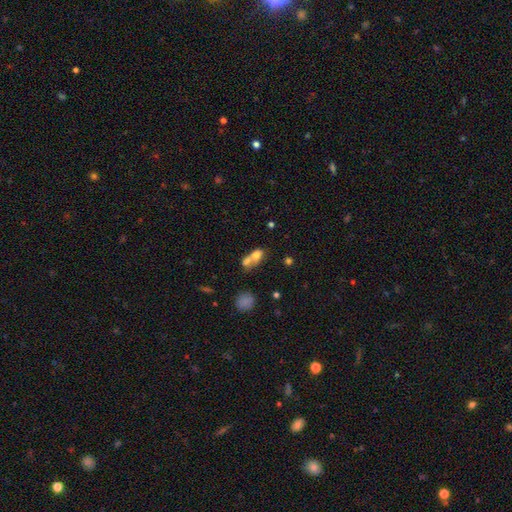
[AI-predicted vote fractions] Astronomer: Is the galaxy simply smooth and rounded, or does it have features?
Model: smooth — 71%.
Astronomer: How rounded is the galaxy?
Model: in between — 69%.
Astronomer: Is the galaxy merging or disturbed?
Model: merger — 66%.